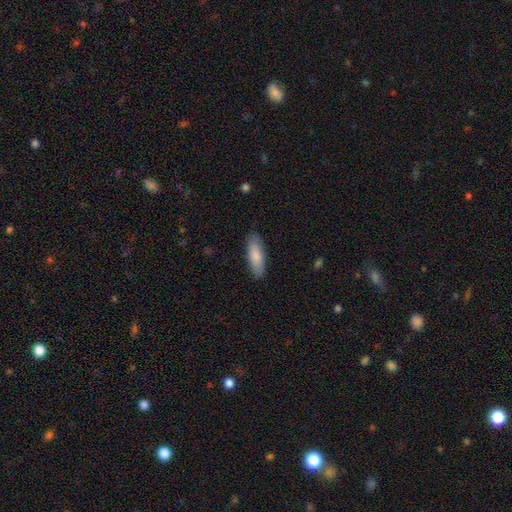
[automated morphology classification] Overall: smooth (85%). How rounded: in between (60%; cigar-shaped 38%). Merging: none (87%).